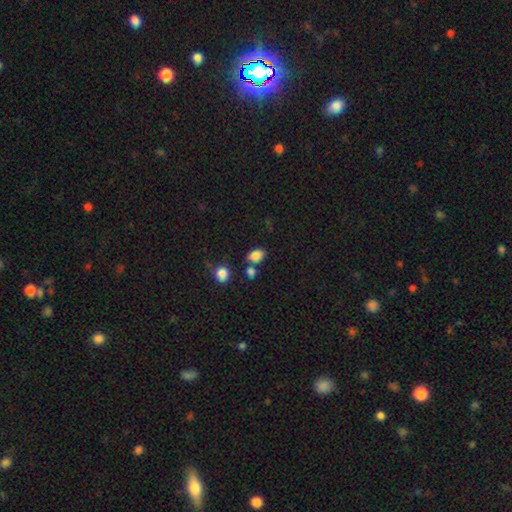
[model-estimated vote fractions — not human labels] smooth 84%, star or artifact 10%, featured or disk 6%. Down the decision tree: how rounded — in between (78%); merging — none (65%).